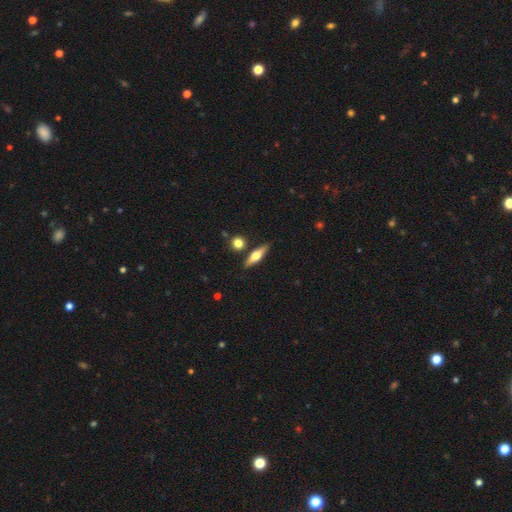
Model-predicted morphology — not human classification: Overall: featured or disk (53%; smooth 40%). Edge-on disk: yes (93%). Merging: none (83%).